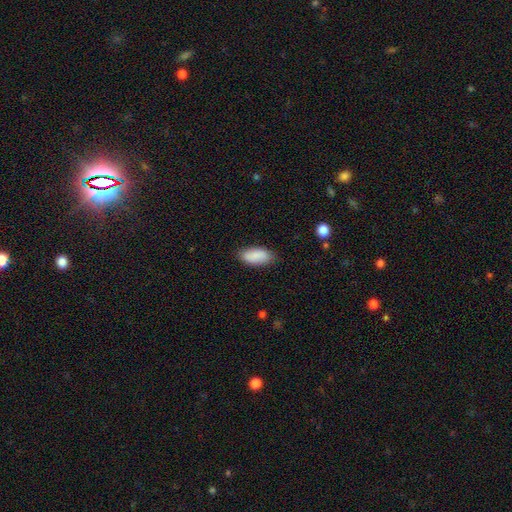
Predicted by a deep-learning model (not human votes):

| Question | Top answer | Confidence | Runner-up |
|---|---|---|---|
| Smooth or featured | smooth | 87% | featured or disk (7%) |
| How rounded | in between | 90% | cigar-shaped (7%) |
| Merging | none | 82% | minor disturbance (14%) |